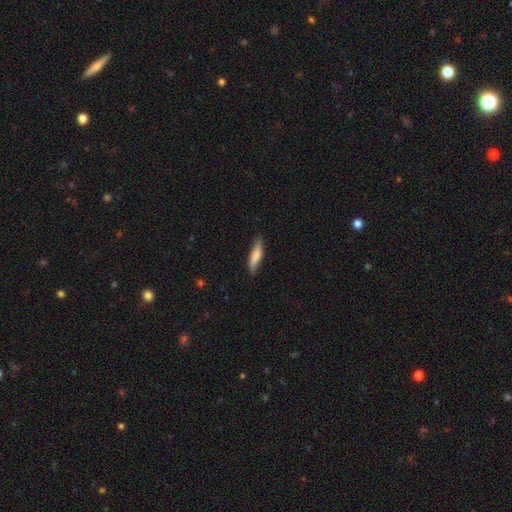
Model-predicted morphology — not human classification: A smooth galaxy with no disk features (75%) that is cigar-shaped (75%).

Vote fractions:
- Smooth or featured? smooth: 75% / featured or disk: 19% / star or artifact: 6%
- How rounded? cigar-shaped: 75% / in between: 24% / round: 2%
- Merging? none: 77% / minor disturbance: 18% / major disturbance: 3% / merger: 1%